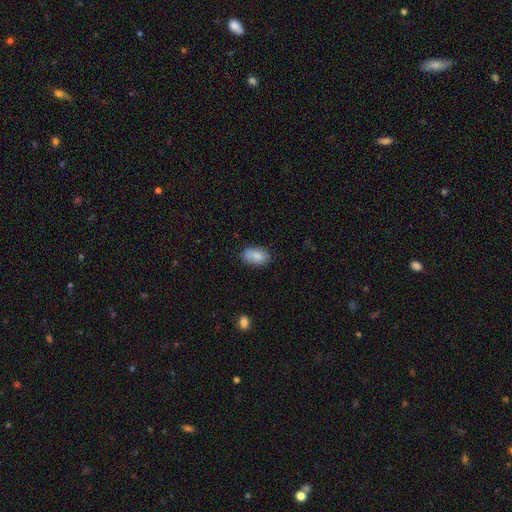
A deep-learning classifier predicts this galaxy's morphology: Smooth or featured? smooth (87%)
How rounded? in between (93%)
Merging? none (82%)